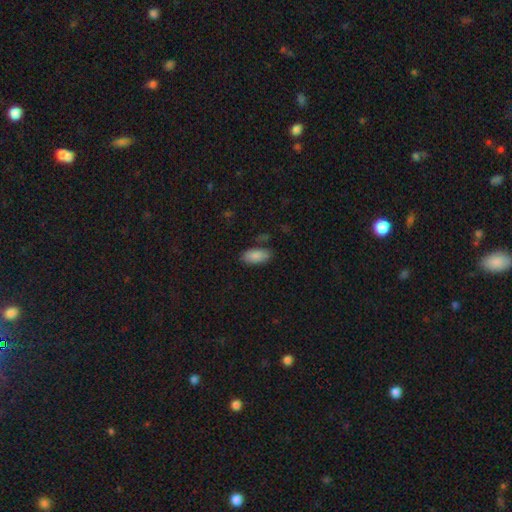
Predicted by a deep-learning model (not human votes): smooth_or_featured: smooth (p=0.87) [alt: star or artifact p=0.07]
how_rounded: in between (p=0.91) [alt: cigar-shaped p=0.07]
merging: none (p=0.79) [alt: minor disturbance p=0.14]